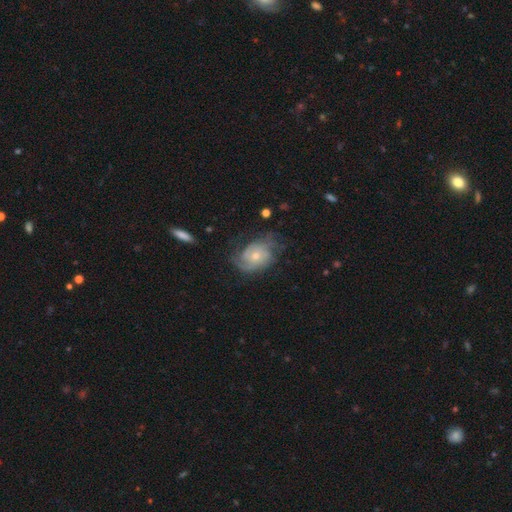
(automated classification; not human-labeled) Q: Smooth or featured?
A: featured or disk (72%); runner-up: smooth (22%)
Q: Edge-on disk?
A: no (97%); runner-up: yes (3%)
Q: Bar?
A: no (76%); runner-up: weak (21%)
Q: Spiral arms?
A: yes (89%); runner-up: no (11%)
Q: Spiral winding?
A: tight (47%); runner-up: medium (36%)
Q: Spiral arm count?
A: can't tell (34%); runner-up: 2 (33%)
Q: Bulge size?
A: small (48%); runner-up: moderate (47%)
Q: Merging?
A: none (54%); runner-up: minor disturbance (26%)